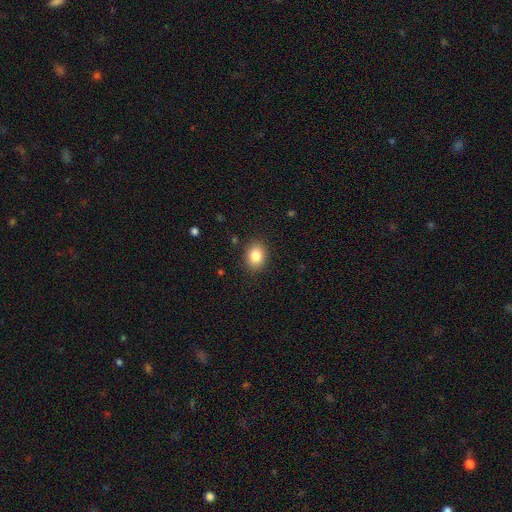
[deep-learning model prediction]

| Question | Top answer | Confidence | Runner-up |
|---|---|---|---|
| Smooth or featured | smooth | 84% | star or artifact (9%) |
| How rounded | in between | 55% | round (44%) |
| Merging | none | 88% | minor disturbance (8%) |